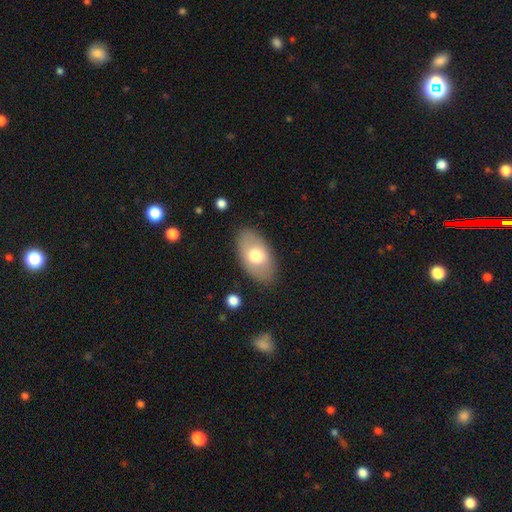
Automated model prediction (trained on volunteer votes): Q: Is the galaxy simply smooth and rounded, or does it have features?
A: smooth — 67%.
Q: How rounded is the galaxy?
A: in between — 92%.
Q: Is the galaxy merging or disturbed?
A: none — 84%.